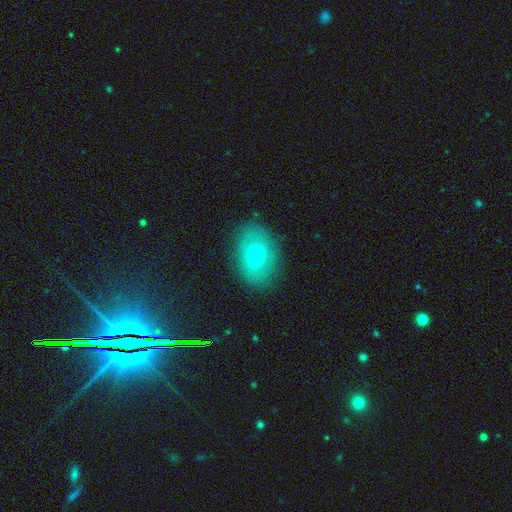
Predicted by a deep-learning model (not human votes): Smooth or featured? smooth (58%)
How rounded? in between (77%)
Merging? none (82%)